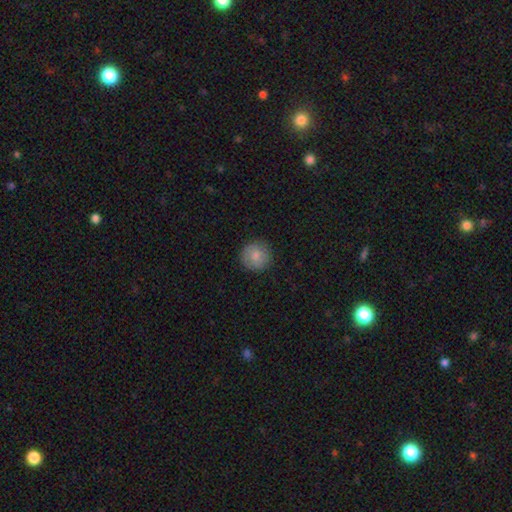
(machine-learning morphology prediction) Smooth or featured? Predicted: smooth (p=0.82). How rounded? Predicted: round (p=0.95). Merging? Predicted: none (p=0.88).